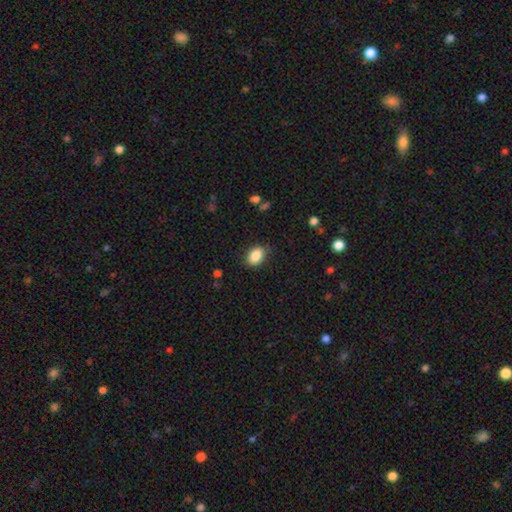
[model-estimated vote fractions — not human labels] smooth 87%, star or artifact 8%, featured or disk 5%. Down the decision tree: how rounded — in between (86%); merging — none (83%).